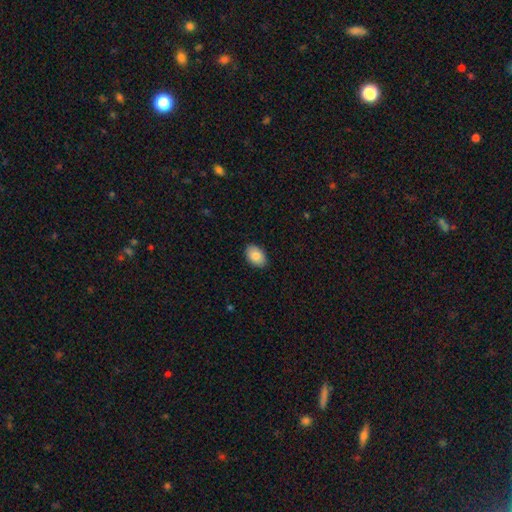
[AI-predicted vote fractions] The model was most divided on "how rounded": in between: 88%, round: 11%, cigar-shaped: 1%. More confident: merging — none (88%); smooth or featured — smooth (86%).